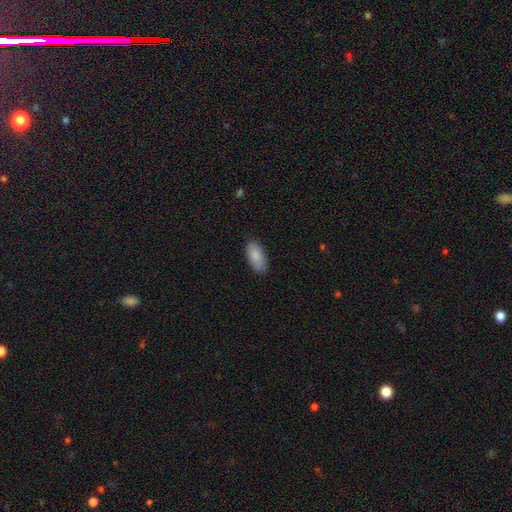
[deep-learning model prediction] Q: Smooth or featured?
A: smooth (88%); runner-up: featured or disk (6%)
Q: How rounded?
A: in between (92%); runner-up: cigar-shaped (6%)
Q: Merging?
A: none (84%); runner-up: minor disturbance (12%)